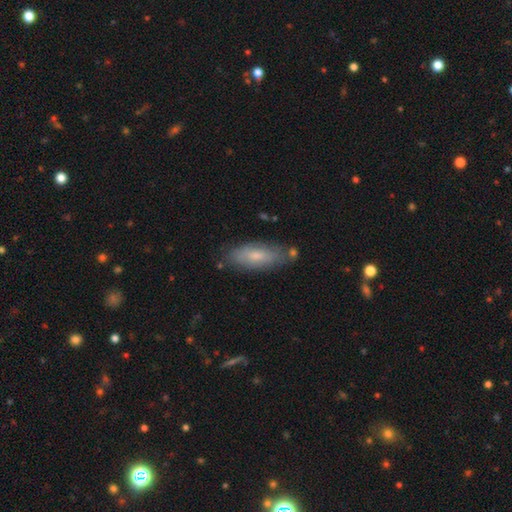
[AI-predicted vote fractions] smooth-or-featured: smooth: 67% | featured or disk: 26% | star or artifact: 7%
  how-rounded: in between: 70% | cigar-shaped: 28% | round: 2%
  merging: none: 75% | minor disturbance: 17% | merger: 4% | major disturbance: 4%